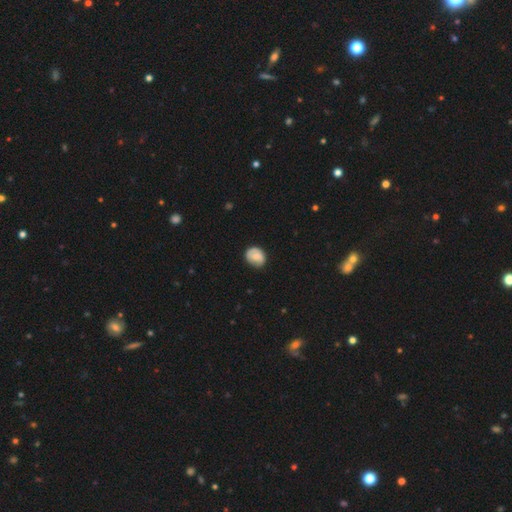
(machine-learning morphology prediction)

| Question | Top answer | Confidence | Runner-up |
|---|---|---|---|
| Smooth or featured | smooth | 71% | featured or disk (21%) |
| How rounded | round | 61% | in between (38%) |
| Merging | none | 72% | minor disturbance (21%) |